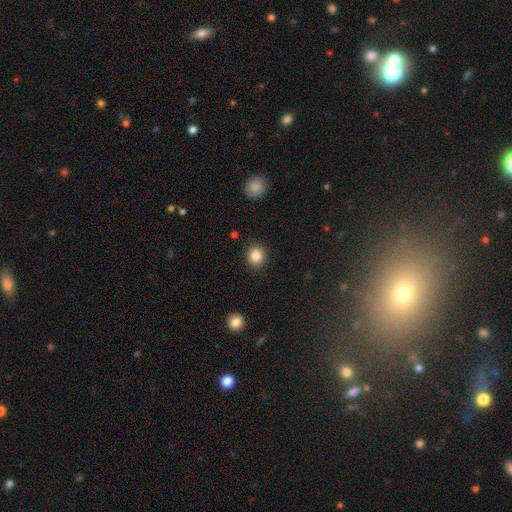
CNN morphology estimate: Overall: smooth (86%). How rounded: round (84%). Merging: none (89%).